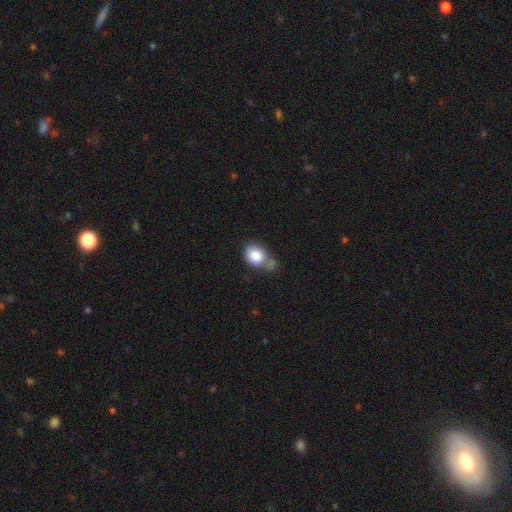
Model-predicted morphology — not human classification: Q: Smooth or featured?
A: smooth (83%); runner-up: featured or disk (9%)
Q: How rounded?
A: in between (54%); runner-up: round (45%)
Q: Merging?
A: none (36%); runner-up: merger (30%)